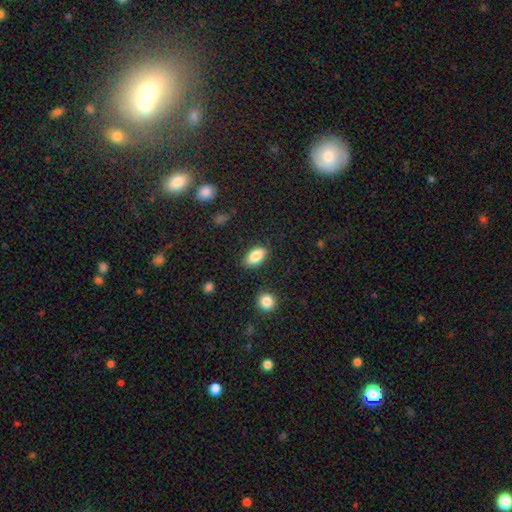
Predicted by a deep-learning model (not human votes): The model was most divided on "merging": none: 84%, minor disturbance: 11%, major disturbance: 3%, merger: 2%. More confident: how rounded — in between (91%); smooth or featured — smooth (85%).